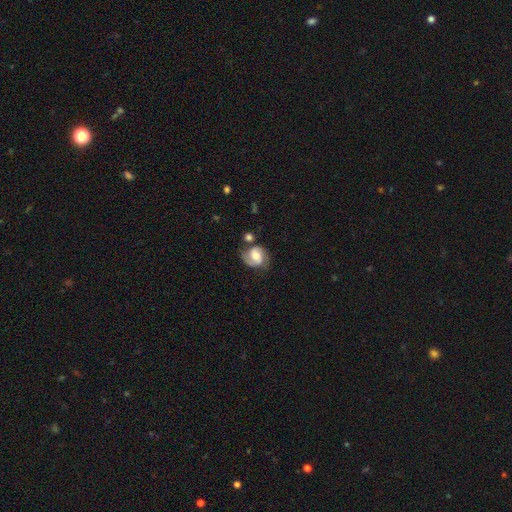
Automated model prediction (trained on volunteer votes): This appears to be a featured or disk galaxy (78%) with no bar (47%), 2 (86%) medium (48%) spiral arms (94%) and a moderate central bulge (65%). Merging: none (64%).